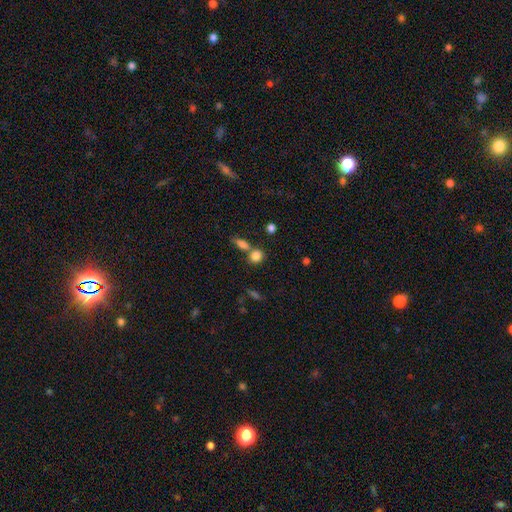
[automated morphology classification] This appears to be a smooth galaxy with no disk features (83%) that is round (50%). Merging: none (50%).